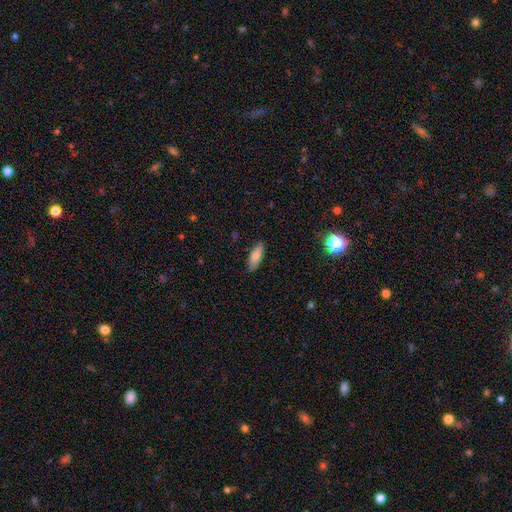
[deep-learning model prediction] Smooth or featured? Predicted: smooth (p=0.79). How rounded? Predicted: in between (p=0.65). Merging? Predicted: none (p=0.88).